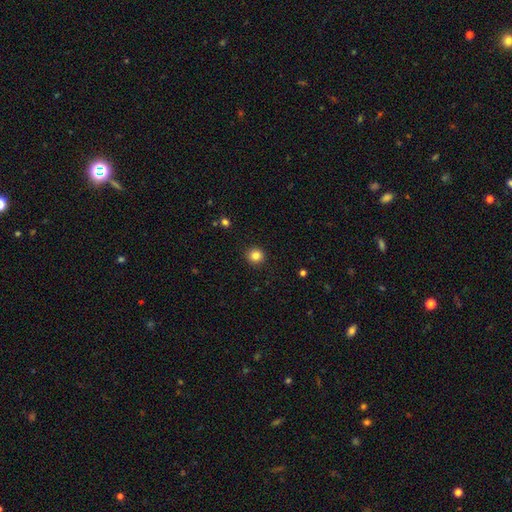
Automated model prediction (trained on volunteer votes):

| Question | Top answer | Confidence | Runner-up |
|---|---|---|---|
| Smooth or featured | smooth | 83% | star or artifact (11%) |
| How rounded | round | 93% | in between (6%) |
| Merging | none | 92% | minor disturbance (5%) |